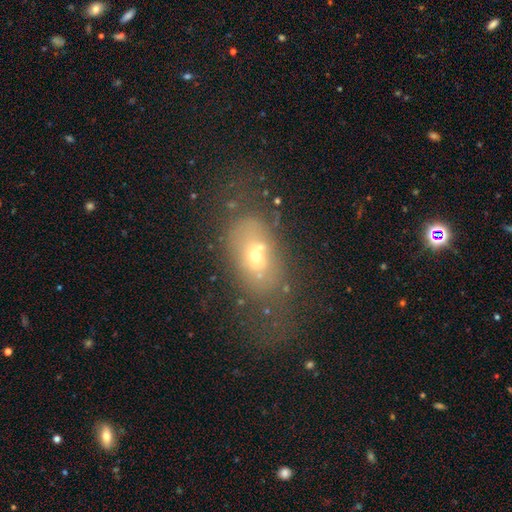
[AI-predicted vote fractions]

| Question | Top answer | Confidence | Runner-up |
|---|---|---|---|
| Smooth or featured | smooth | 49% | featured or disk (34%) |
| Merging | none | 35% | merger (26%) |